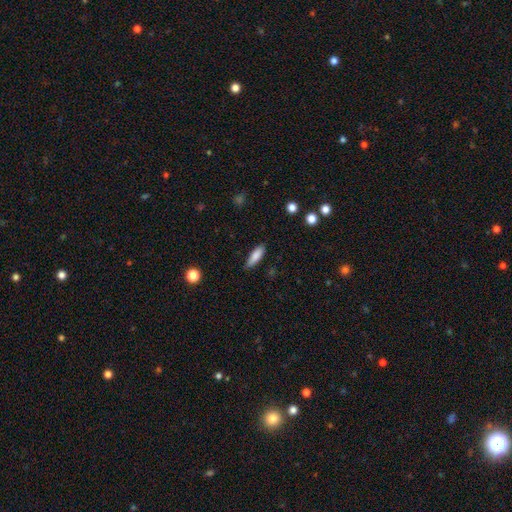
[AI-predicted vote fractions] Overall: smooth (84%). How rounded: in between (51%; cigar-shaped 47%). Merging: none (84%).